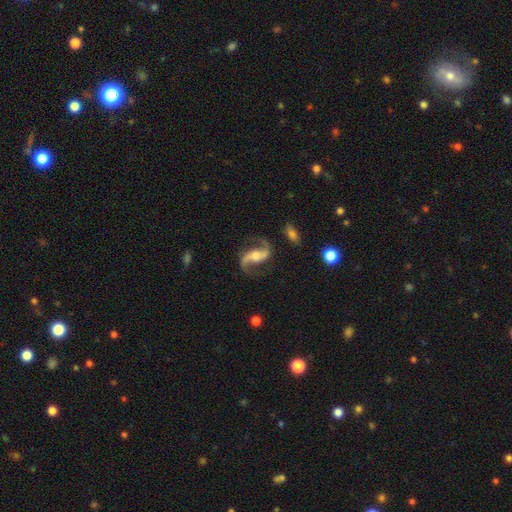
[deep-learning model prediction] Smooth or featured? featured or disk (91%)
Edge-on disk? no (97%)
Bar? no (37%)
Spiral arms? yes (98%)
Spiral winding? loose (63%)
Spiral arm count? 2 (94%)
Bulge size? moderate (41%)
Merging? none (77%)